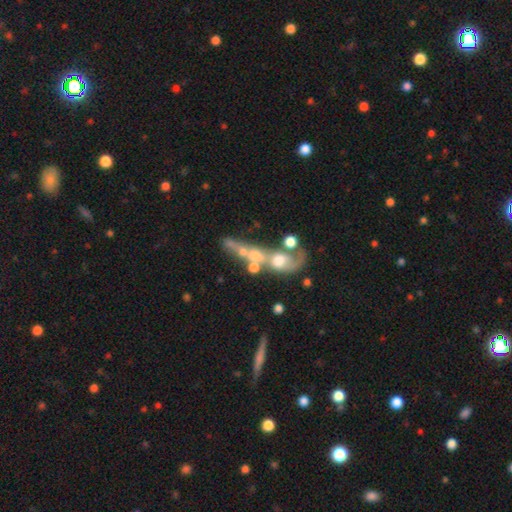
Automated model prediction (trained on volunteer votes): Smooth or featured?
  - featured or disk: 54% *
  - smooth: 31%
  - star or artifact: 15%
Edge-on disk?
  - no: 74% *
  - yes: 26%
Merging?
  - merger: 56% *
  - none: 19%
  - major disturbance: 15%
  - minor disturbance: 9%